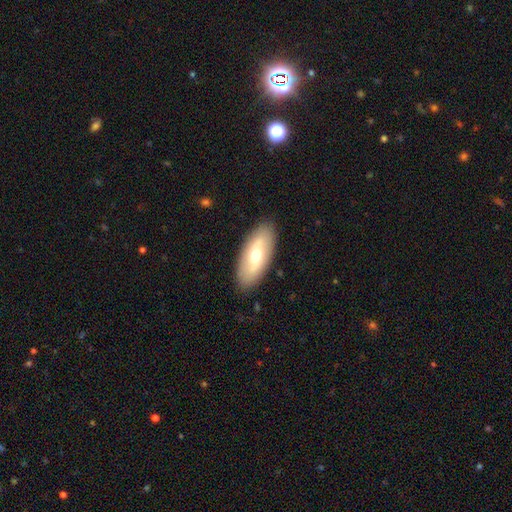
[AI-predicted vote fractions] smooth 56%, featured or disk 39%, star or artifact 5%. Down the decision tree: how rounded — in between (84%); merging — none (88%).